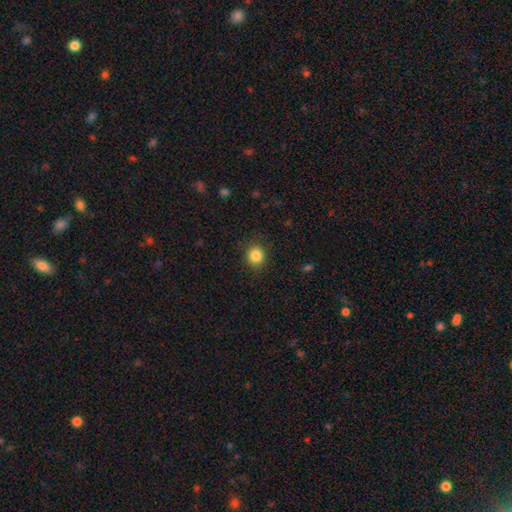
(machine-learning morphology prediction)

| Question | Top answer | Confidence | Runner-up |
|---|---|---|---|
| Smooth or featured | smooth | 85% | star or artifact (10%) |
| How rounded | round | 82% | in between (17%) |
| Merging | none | 89% | minor disturbance (8%) |